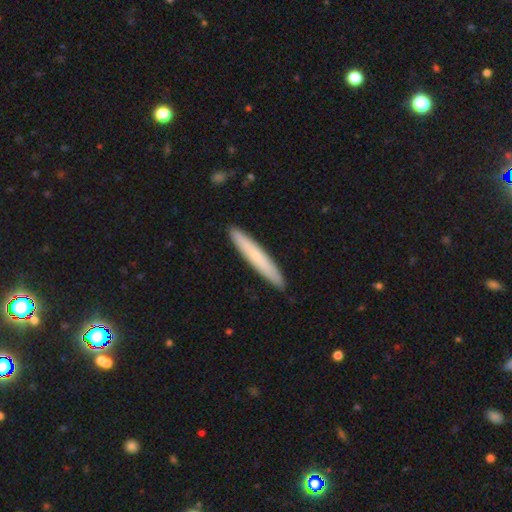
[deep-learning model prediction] A smooth galaxy with no disk features (69%) that is cigar-shaped (96%). Merging: none (92%).